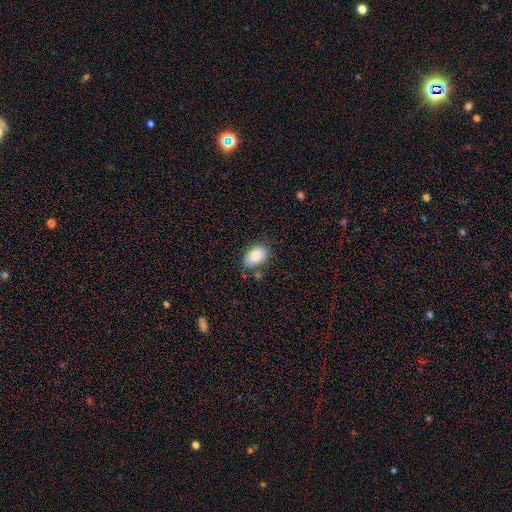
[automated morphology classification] type=smooth (81%); roundness=in between (87%); merging=none (71%).